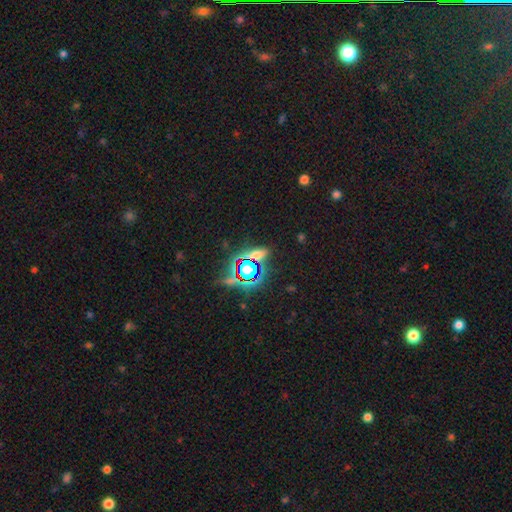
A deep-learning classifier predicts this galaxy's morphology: This is possibly a star or artifact rather than a galaxy (55%).